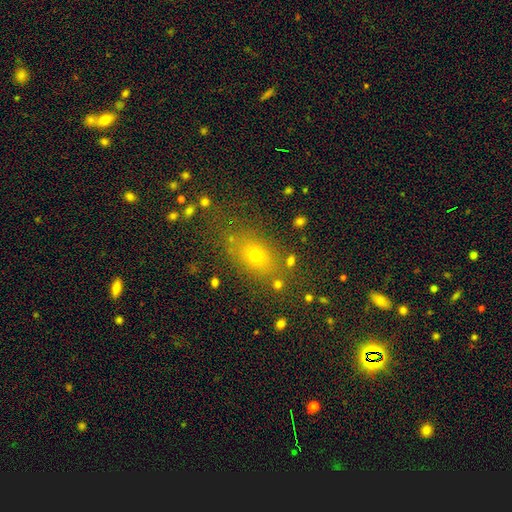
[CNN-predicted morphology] smooth 67%, star or artifact 19%, featured or disk 14%. Down the decision tree: how rounded — in between (70%); merging — none (74%).